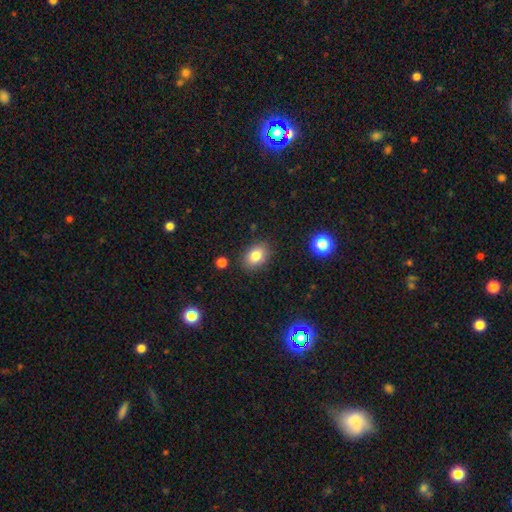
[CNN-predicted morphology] smooth 81%, star or artifact 10%, featured or disk 9%. Down the decision tree: how rounded — in between (77%); merging — none (86%).